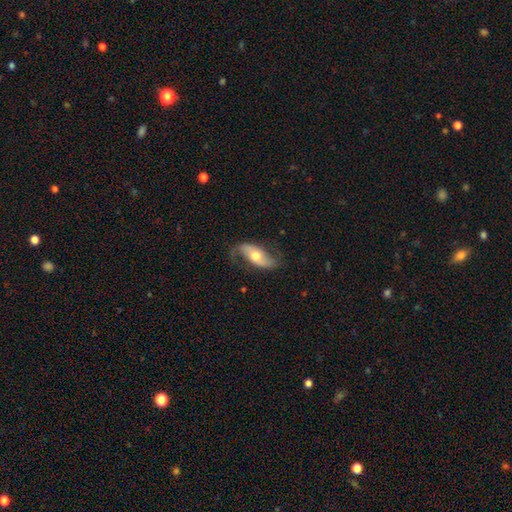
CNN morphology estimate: Smooth or featured? featured or disk (65%)
Edge-on disk? no (87%)
Bar? no (58%)
Spiral arms? yes (84%)
Bulge size? moderate (72%)
Merging? none (69%)